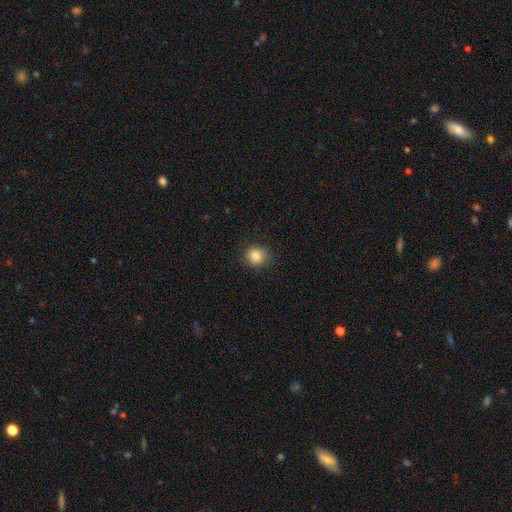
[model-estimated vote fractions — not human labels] Morphology: type=smooth (84%); roundness=round (86%); merging=none (84%).